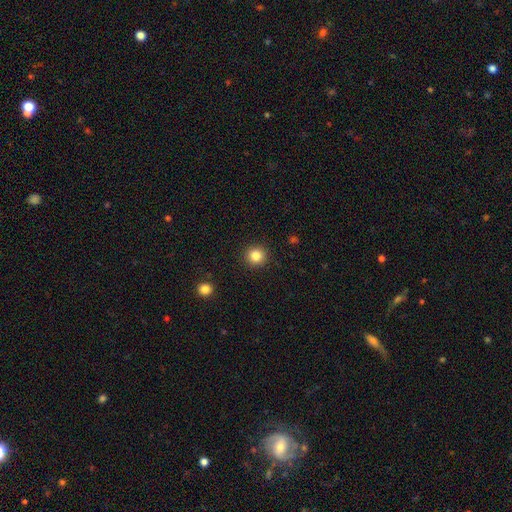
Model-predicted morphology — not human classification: Smooth or featured? Predicted: smooth (p=0.84). How rounded? Predicted: round (p=0.94). Merging? Predicted: none (p=0.92).